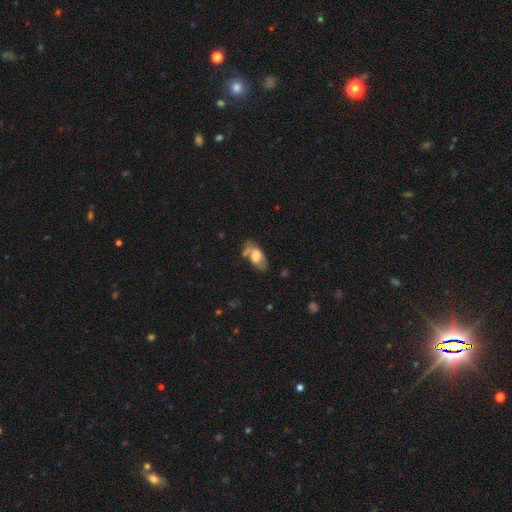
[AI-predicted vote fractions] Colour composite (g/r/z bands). It shows a smooth galaxy with no disk features (60%) that is in between round and cigar-shaped (91%). Merging: none (47%).